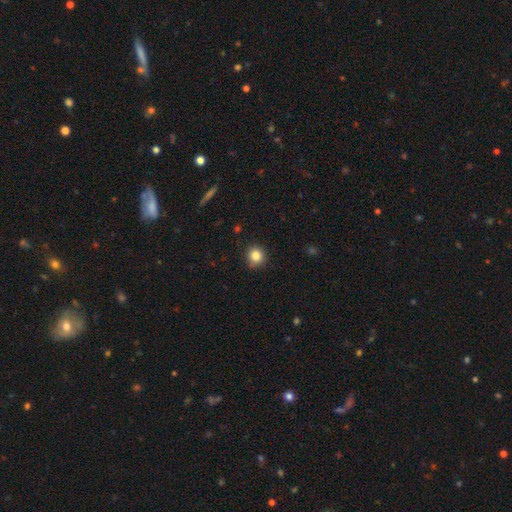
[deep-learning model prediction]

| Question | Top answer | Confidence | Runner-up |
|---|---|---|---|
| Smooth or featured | smooth | 84% | star or artifact (11%) |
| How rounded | round | 91% | in between (8%) |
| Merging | none | 86% | minor disturbance (11%) |